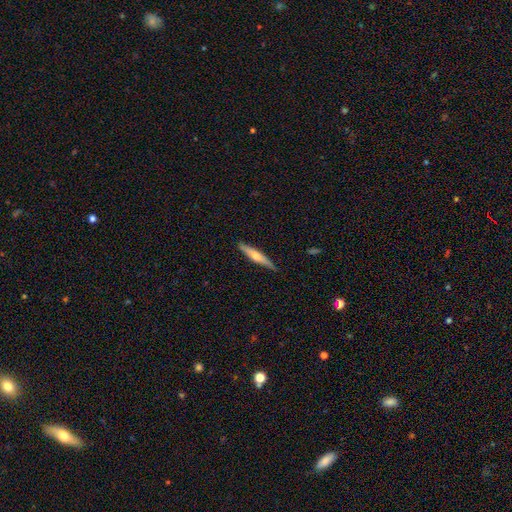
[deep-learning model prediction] Q: Smooth or featured?
A: featured or disk (51%); runner-up: smooth (44%)
Q: Edge-on disk?
A: yes (95%); runner-up: no (5%)
Q: Merging?
A: none (85%); runner-up: minor disturbance (12%)